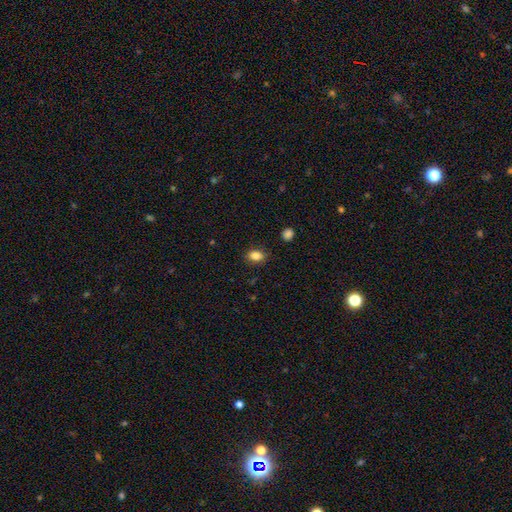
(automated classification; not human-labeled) Morphology: type=smooth (85%); roundness=in between (74%); merging=none (86%).